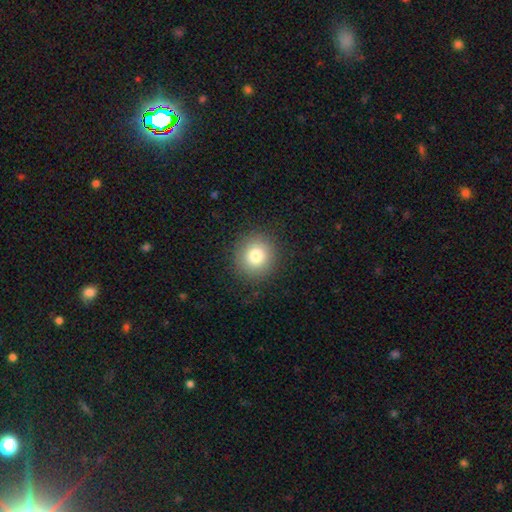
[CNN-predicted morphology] Smooth or featured? Predicted: smooth (p=0.80). How rounded? Predicted: round (p=0.91). Merging? Predicted: none (p=0.90).